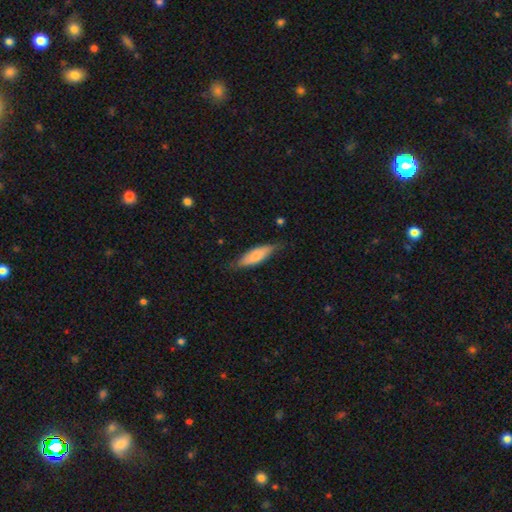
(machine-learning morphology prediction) A smooth galaxy with no disk features (72%) that is in between round and cigar-shaped (61%). Merging: none (69%).